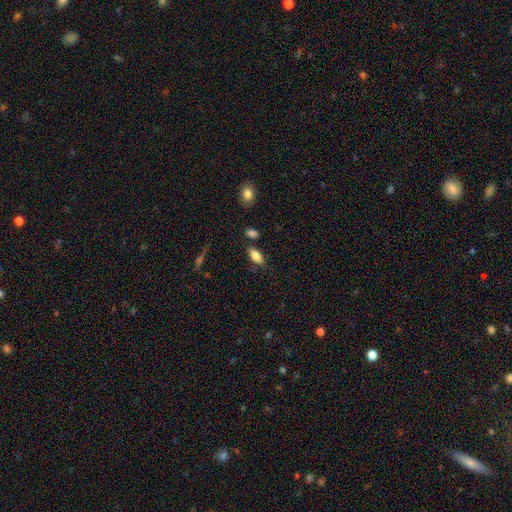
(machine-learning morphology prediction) Smooth or featured: smooth — 81% (featured or disk — 11%)
How rounded: in between — 87% (cigar-shaped — 10%)
Merging: none — 77% (minor disturbance — 14%)